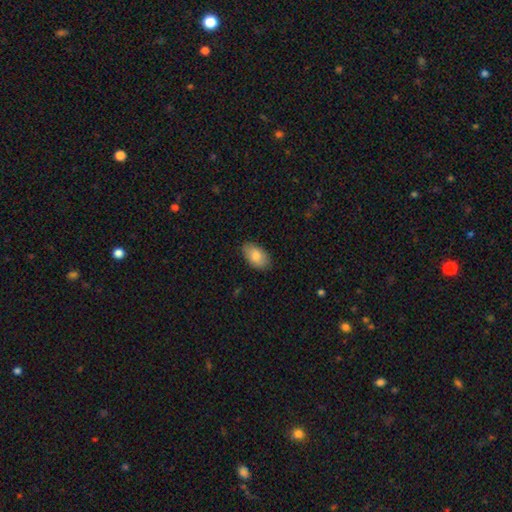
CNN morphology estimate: Smooth or featured? Predicted: smooth (p=0.84). How rounded? Predicted: in between (p=0.93). Merging? Predicted: none (p=0.83).